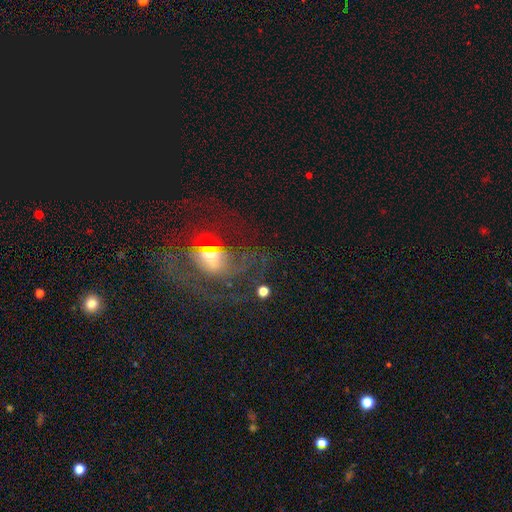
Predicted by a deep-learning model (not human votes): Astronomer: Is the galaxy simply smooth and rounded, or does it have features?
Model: featured or disk — 63%.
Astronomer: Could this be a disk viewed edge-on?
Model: no — 95%.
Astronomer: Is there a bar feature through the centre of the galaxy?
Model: no — 61%.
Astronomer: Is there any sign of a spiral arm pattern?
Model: yes — 57% (runner-up: no, 43%).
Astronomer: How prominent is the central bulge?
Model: moderate — 56%.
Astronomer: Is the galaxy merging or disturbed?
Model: none — 41% (runner-up: major disturbance, 33%).